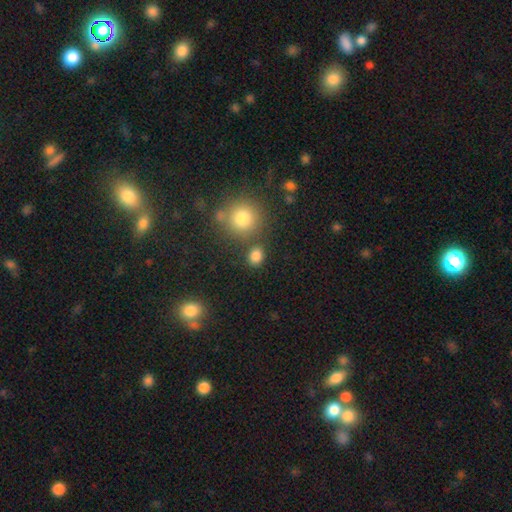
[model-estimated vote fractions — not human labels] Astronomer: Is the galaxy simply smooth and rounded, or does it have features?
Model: smooth — 82%.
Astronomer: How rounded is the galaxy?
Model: round — 55% (runner-up: in between, 44%).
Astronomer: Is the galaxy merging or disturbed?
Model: none — 77%.